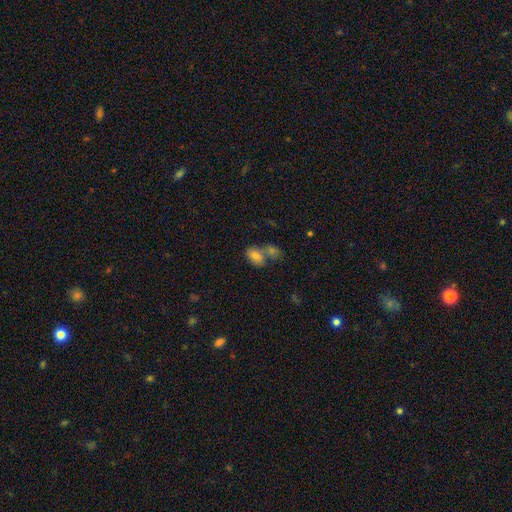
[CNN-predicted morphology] Q: Smooth or featured?
A: smooth (76%); runner-up: featured or disk (14%)
Q: How rounded?
A: in between (80%); runner-up: round (19%)
Q: Merging?
A: merger (50%); runner-up: none (33%)